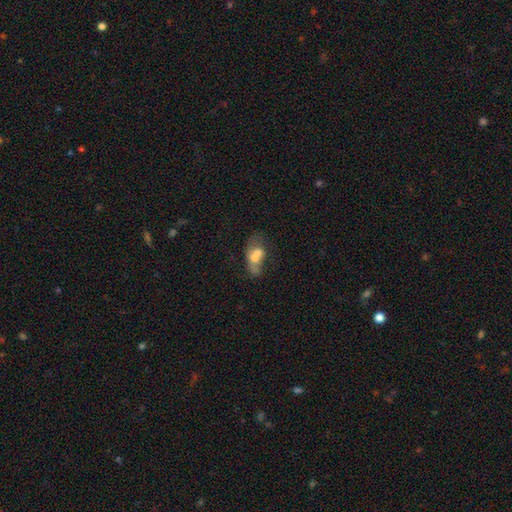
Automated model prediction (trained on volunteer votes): Smooth or featured? Predicted: smooth (p=0.54). How rounded? Predicted: in between (p=0.78). Merging? Predicted: merger (p=0.55).